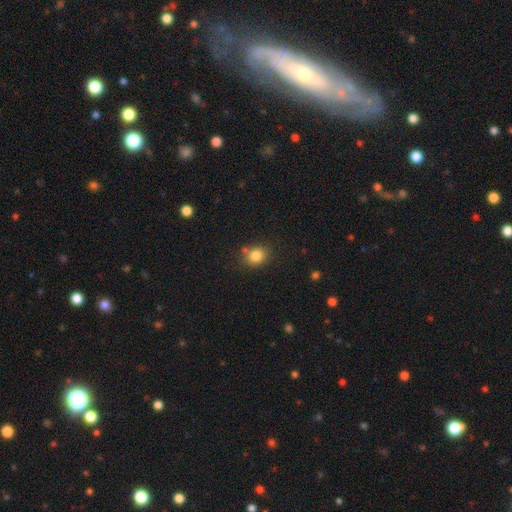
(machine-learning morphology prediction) Overall: smooth (82%). How rounded: round (71%). Merging: none (71%).